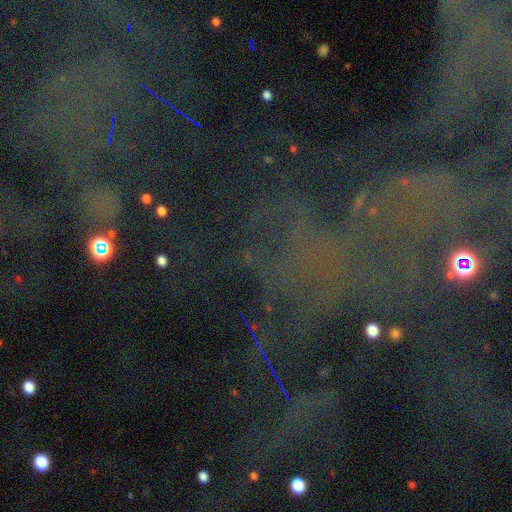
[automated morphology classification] Smooth or featured? star or artifact (68%)